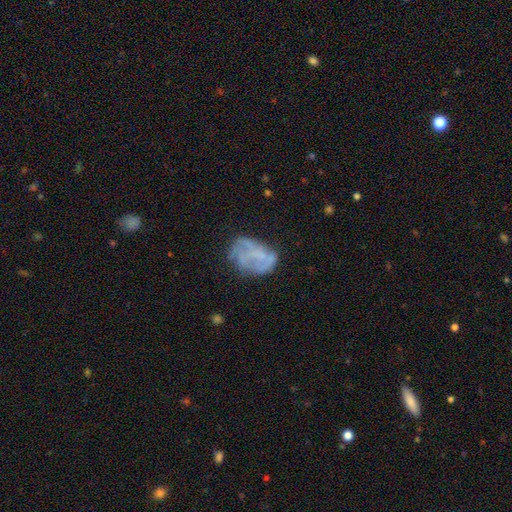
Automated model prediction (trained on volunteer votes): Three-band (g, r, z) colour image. It shows a featured or disk galaxy (54%) with no bar (78%), no spiral arms (62%) and no central bulge (71%). Merging: none (53%).